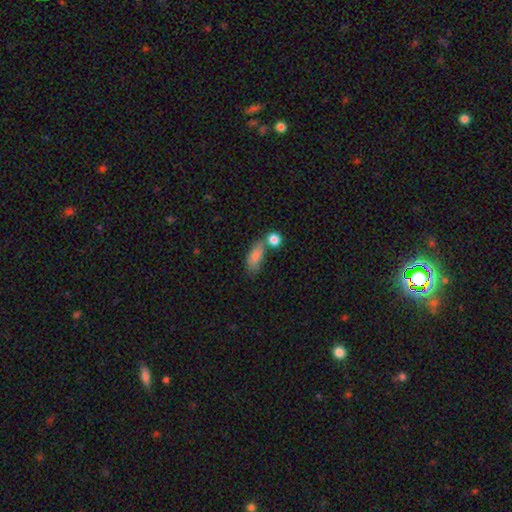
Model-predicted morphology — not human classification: This is clearly a smooth galaxy (82%). How rounded: clearly in between (81%). Merging: marginally none (45%).